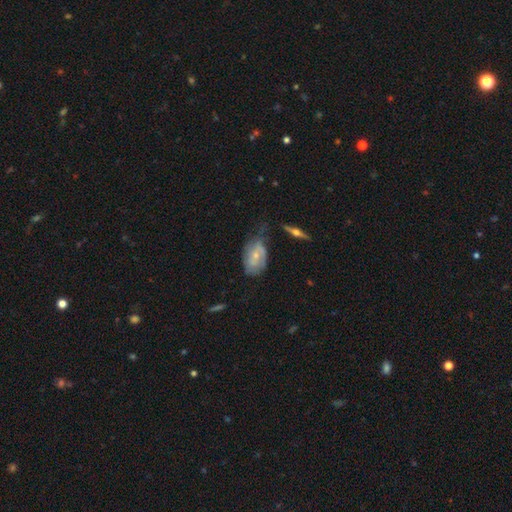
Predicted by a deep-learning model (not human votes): Smooth or featured?
  - featured or disk: 62% *
  - smooth: 31%
  - star or artifact: 7%
Edge-on disk?
  - no: 92% *
  - yes: 8%
Bar?
  - no: 63% *
  - weak: 31%
  - strong: 6%
Spiral arms?
  - yes: 79% *
  - no: 21%
Bulge size?
  - small: 65% *
  - moderate: 29%
  - none: 3%
  - large: 1%
  - dominant: 1%
Merging?
  - none: 42% *
  - minor disturbance: 35%
  - major disturbance: 18%
  - merger: 5%